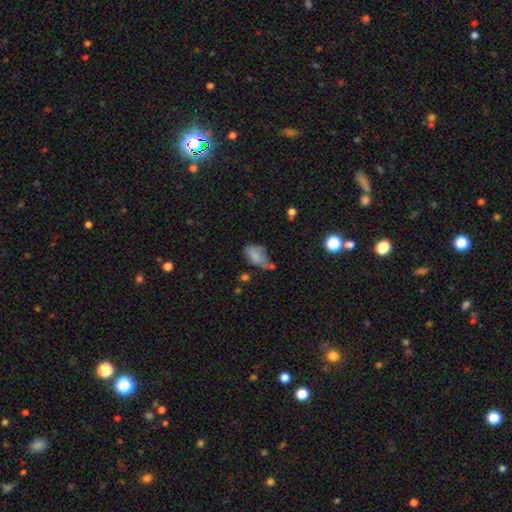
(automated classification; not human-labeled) Smooth or featured? smooth (75%)
How rounded? in between (91%)
Merging? minor disturbance (37%)